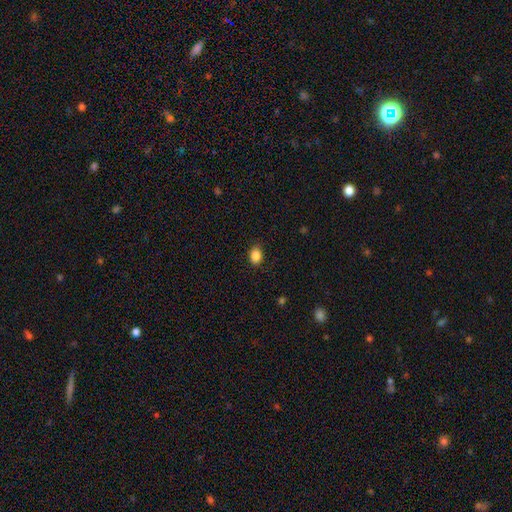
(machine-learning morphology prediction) Q: Smooth or featured?
A: smooth (86%); runner-up: star or artifact (10%)
Q: How rounded?
A: in between (71%); runner-up: round (28%)
Q: Merging?
A: none (85%); runner-up: minor disturbance (12%)